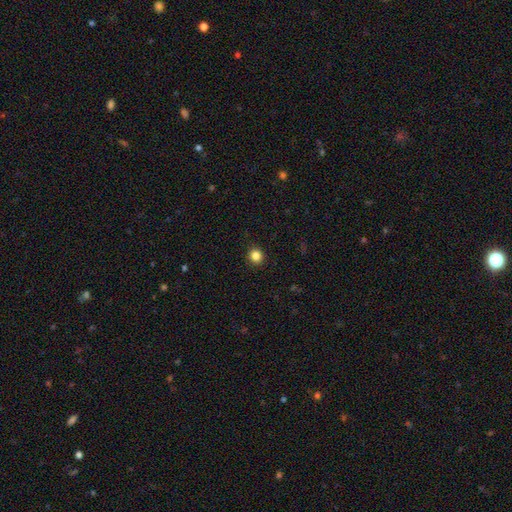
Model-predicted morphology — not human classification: Smooth or featured? Predicted: smooth (p=0.84). How rounded? Predicted: round (p=0.90). Merging? Predicted: none (p=0.92).